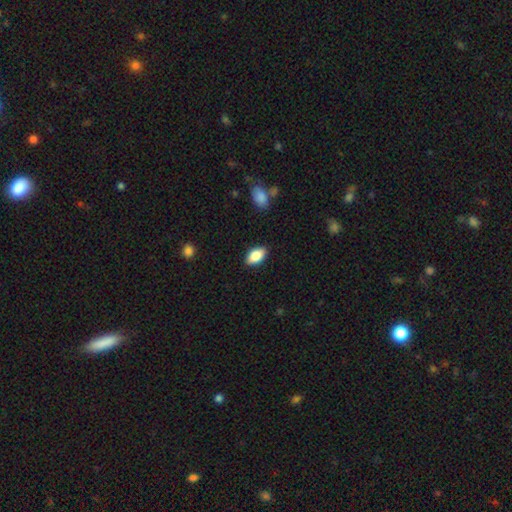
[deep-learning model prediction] The model was most divided on "smooth or featured": smooth: 85%, featured or disk: 8%, star or artifact: 7%. More confident: how rounded — in between (92%); merging — none (87%).